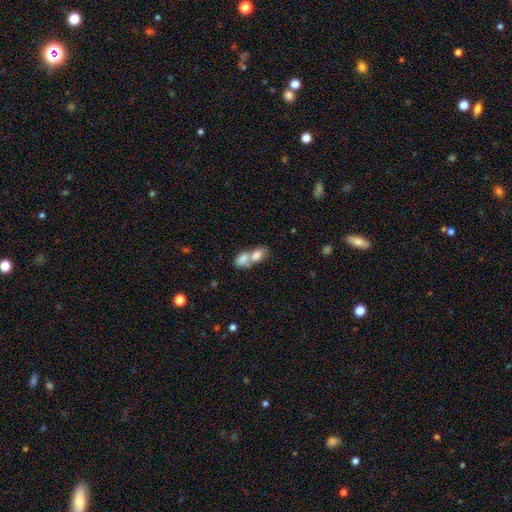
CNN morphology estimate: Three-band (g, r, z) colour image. It shows a smooth galaxy with no disk features (65%) that is in between round and cigar-shaped (67%). Merging: merger (65%).